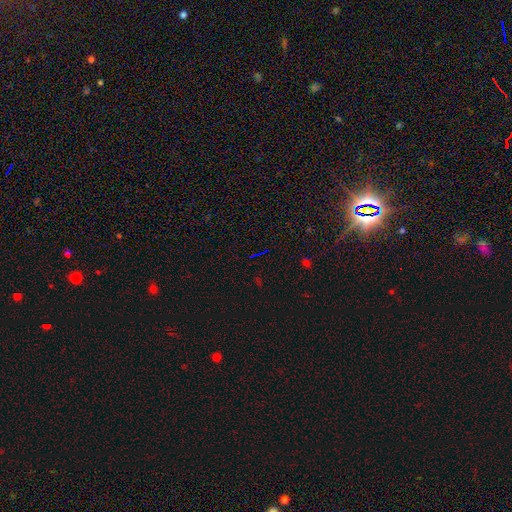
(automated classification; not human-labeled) A star or artifact, not a galaxy (74%).

Vote fractions:
- Smooth or featured? star or artifact: 74% / smooth: 14% / featured or disk: 12%